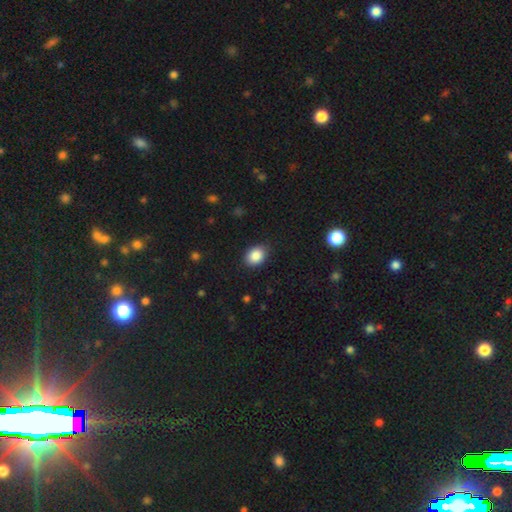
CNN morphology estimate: Smooth or featured? smooth (87%)
How rounded? in between (65%)
Merging? none (87%)